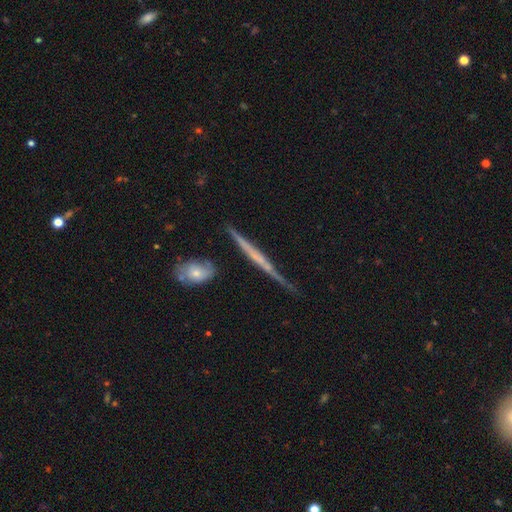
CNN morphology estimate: This appears to be a featured or disk galaxy (67%) viewed edge-on (94%) with no central bulge (73%). Merging: none (70%).